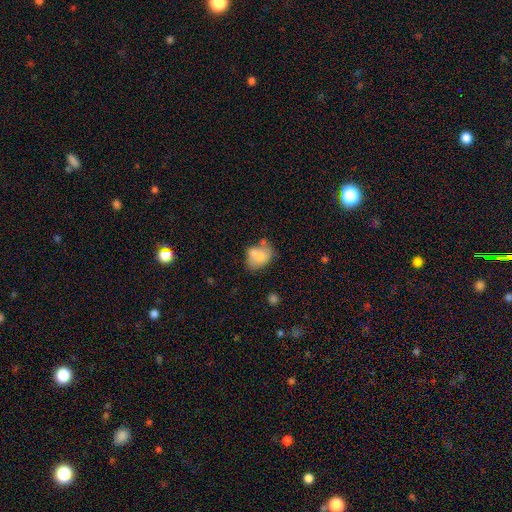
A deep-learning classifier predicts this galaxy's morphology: Smooth or featured: smooth — 67% (featured or disk — 24%)
How rounded: in between — 60% (round — 39%)
Merging: none — 41% (minor disturbance — 27%)